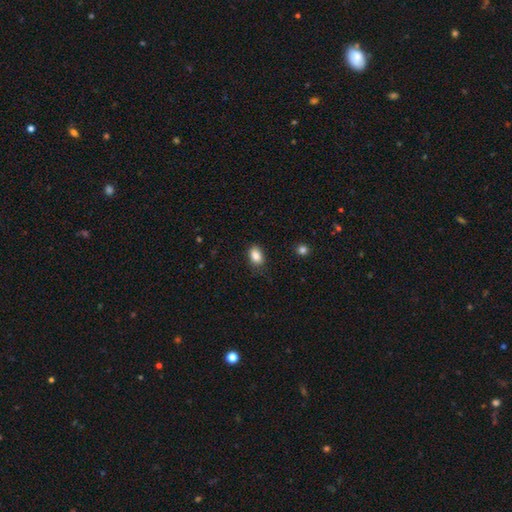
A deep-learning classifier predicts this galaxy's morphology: Smooth or featured? Predicted: smooth (p=0.86). How rounded? Predicted: in between (p=0.83). Merging? Predicted: none (p=0.77).